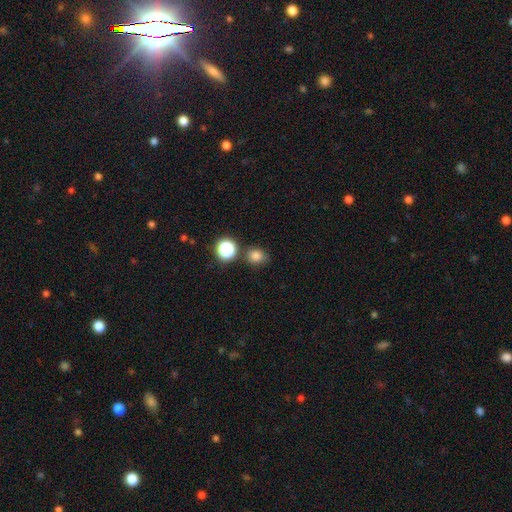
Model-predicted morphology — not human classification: Q: Smooth or featured?
A: smooth (79%); runner-up: star or artifact (16%)
Q: How rounded?
A: round (67%); runner-up: in between (32%)
Q: Merging?
A: none (74%); runner-up: minor disturbance (14%)